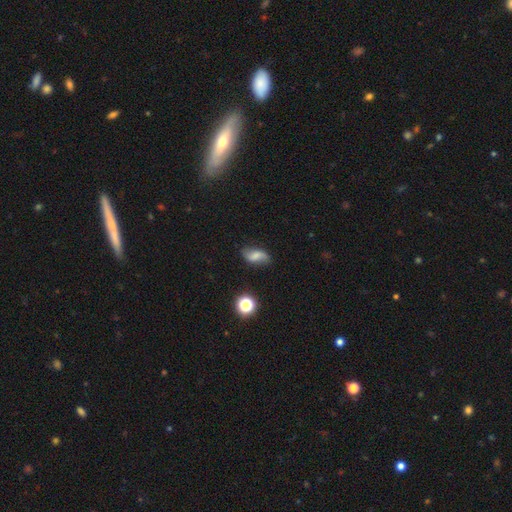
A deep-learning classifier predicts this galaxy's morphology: Smooth or featured? smooth (46%)
Merging? none (70%)